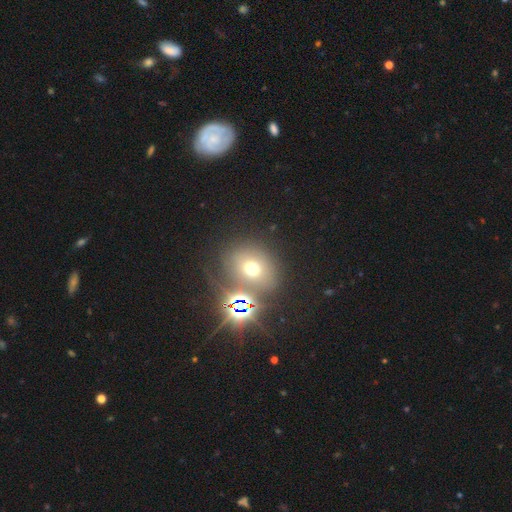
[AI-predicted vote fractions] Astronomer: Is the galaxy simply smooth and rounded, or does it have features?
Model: smooth — 43% (runner-up: star or artifact, 37%).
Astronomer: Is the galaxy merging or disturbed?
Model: none — 64%.